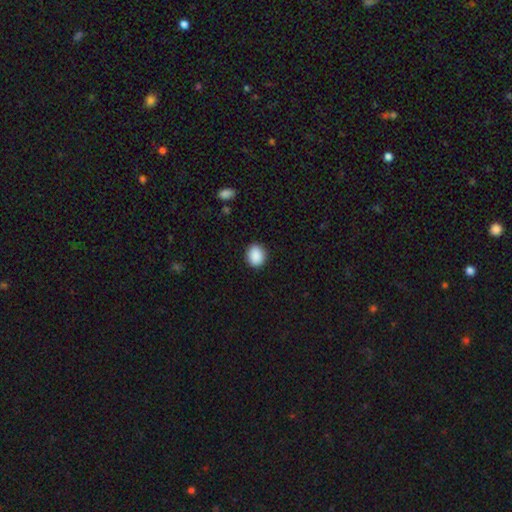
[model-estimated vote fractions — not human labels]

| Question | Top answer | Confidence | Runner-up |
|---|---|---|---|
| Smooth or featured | smooth | 90% | star or artifact (8%) |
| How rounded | round | 56% | in between (43%) |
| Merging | none | 89% | minor disturbance (7%) |